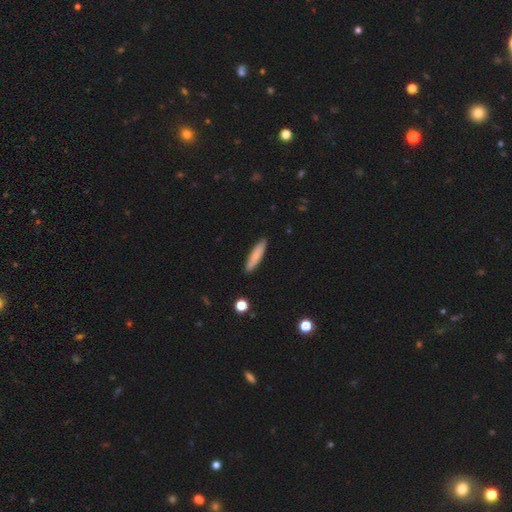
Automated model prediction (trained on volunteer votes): Smooth or featured? smooth (80%)
How rounded? cigar-shaped (84%)
Merging? none (89%)